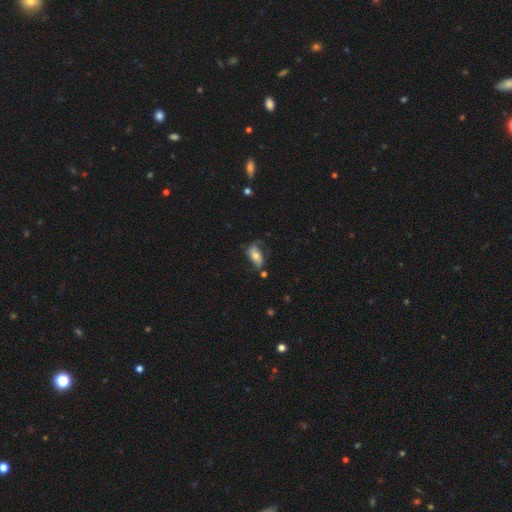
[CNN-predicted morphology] A featured or disk galaxy (58%) with no bar (62%), spiral arms (79%) and a moderate central bulge (66%).

Vote fractions:
- Smooth or featured? featured or disk: 58% / smooth: 34% / star or artifact: 8%
- Edge-on disk? no: 90% / yes: 10%
- Bar? no: 62% / weak: 24% / strong: 14%
- Spiral arms? yes: 79% / no: 21%
- Bulge size? moderate: 66% / small: 22% / large: 9% / none: 2% / dominant: 2%
- Merging? none: 48% / minor disturbance: 27% / major disturbance: 19% / merger: 5%